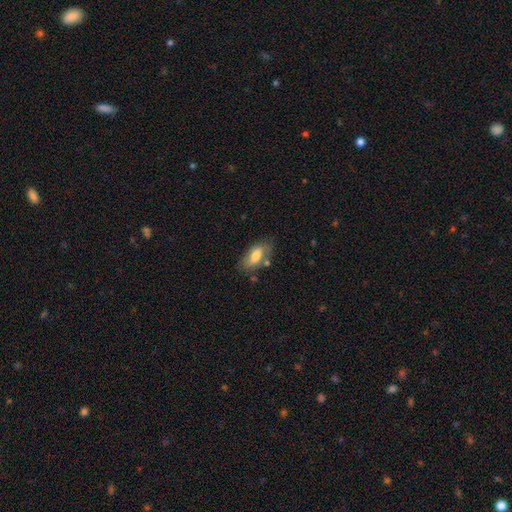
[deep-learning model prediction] A smooth galaxy with no disk features (67%) that is in between round and cigar-shaped (89%).

Vote fractions:
- Smooth or featured? smooth: 67% / featured or disk: 26% / star or artifact: 7%
- How rounded? in between: 89% / cigar-shaped: 7% / round: 4%
- Merging? none: 65% / minor disturbance: 22% / merger: 6% / major disturbance: 6%